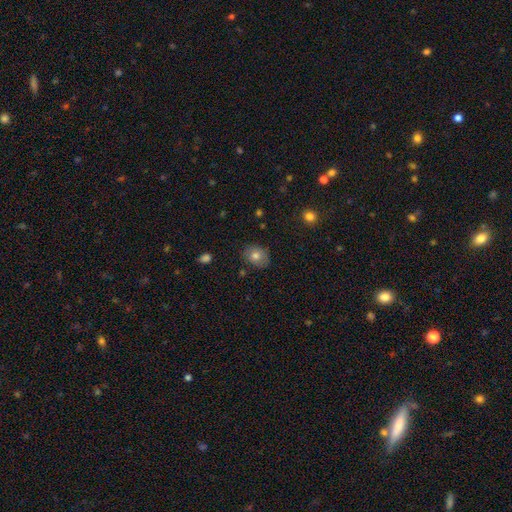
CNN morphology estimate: This is likely a smooth galaxy (77%). How rounded: possibly in between (52%). Merging: likely none (79%).